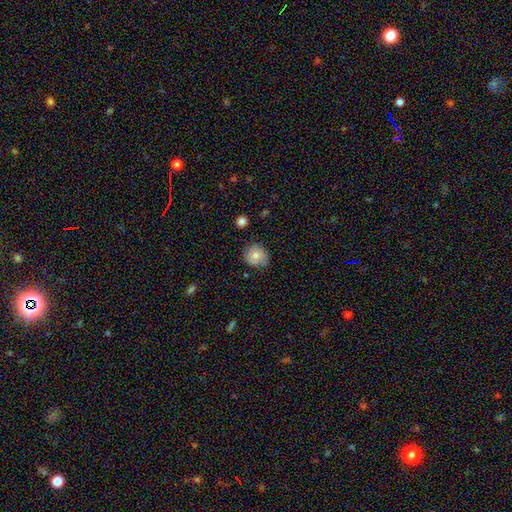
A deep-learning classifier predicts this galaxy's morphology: A smooth galaxy with no disk features (78%) that is round (89%). Merging: none (79%).